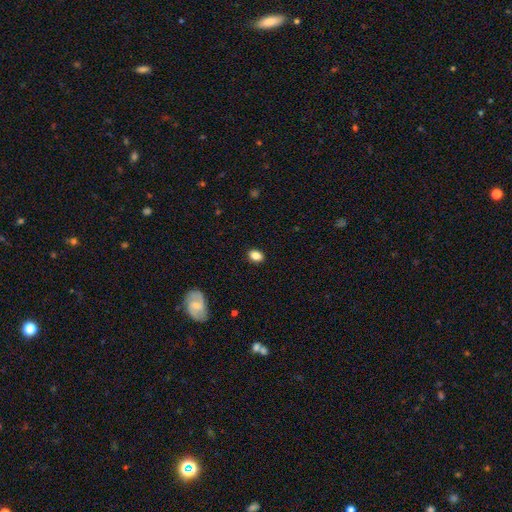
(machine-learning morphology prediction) This appears to be a smooth galaxy with no disk features (85%) that is in between round and cigar-shaped (74%). Merging: none (89%).